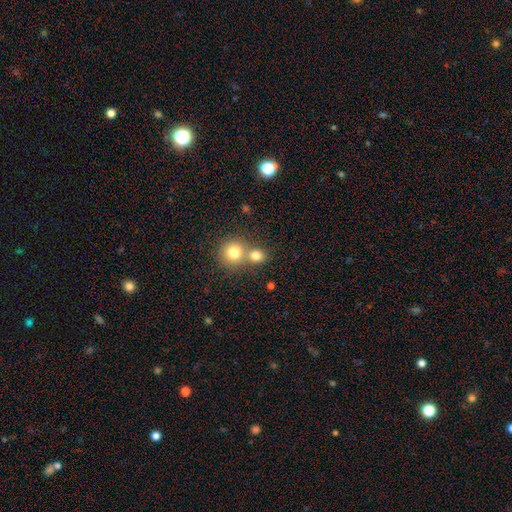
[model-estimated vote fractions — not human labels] Morphology: type=smooth (79%); roundness=round (82%); merging=none (49%).